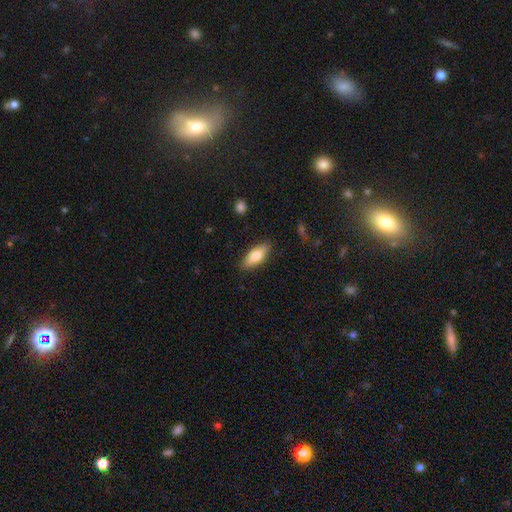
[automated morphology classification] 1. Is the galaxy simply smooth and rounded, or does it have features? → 78% smooth, 16% featured or disk, 6% star or artifact.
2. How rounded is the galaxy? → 74% in between, 24% cigar-shaped, 2% round.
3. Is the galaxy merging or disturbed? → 86% none, 11% minor disturbance, 2% major disturbance, 1% merger.